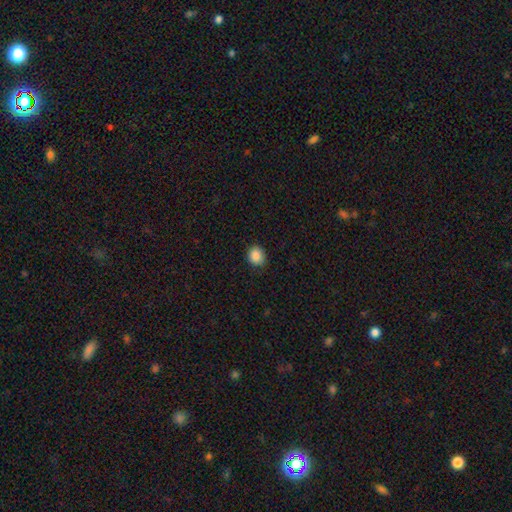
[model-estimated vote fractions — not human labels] Smooth or featured? Predicted: smooth (p=0.87). How rounded? Predicted: round (p=0.77). Merging? Predicted: none (p=0.84).